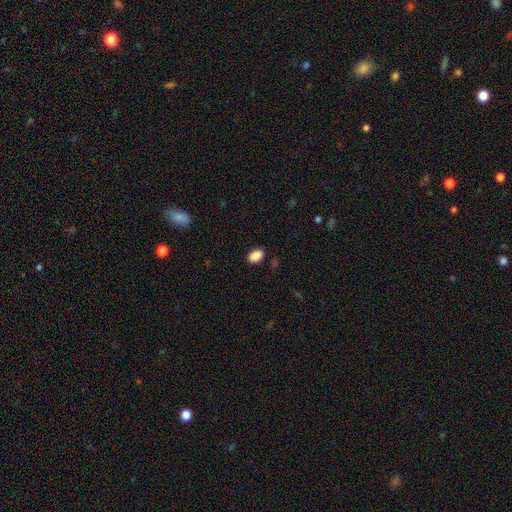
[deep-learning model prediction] smooth 89%, star or artifact 8%, featured or disk 3%. Down the decision tree: how rounded — in between (89%); merging — none (88%).